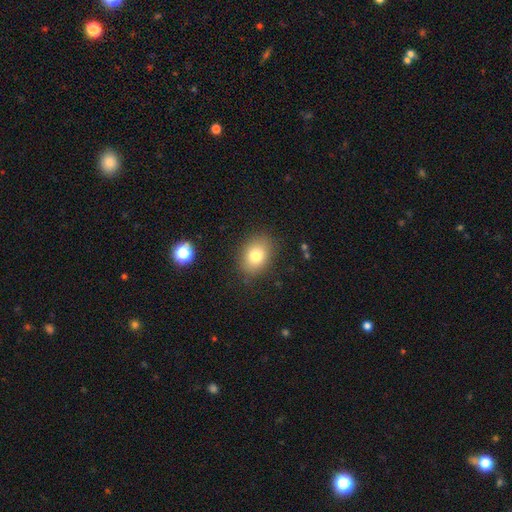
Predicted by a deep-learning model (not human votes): Overall: smooth (79%). How rounded: in between (69%; round 30%). Merging: none (84%).